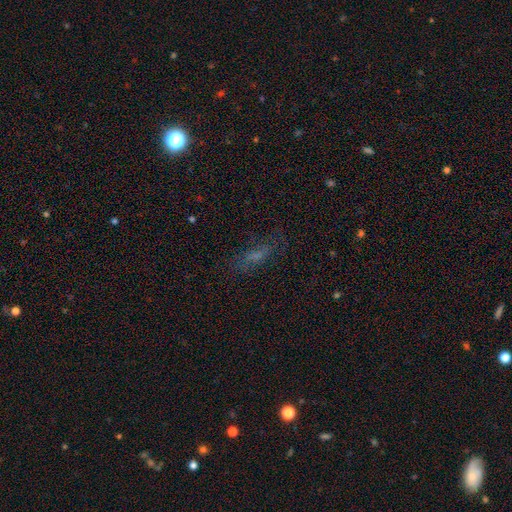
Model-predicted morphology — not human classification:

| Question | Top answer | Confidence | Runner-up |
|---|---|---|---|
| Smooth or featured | smooth | 45% | featured or disk (29%) |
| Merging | none | 66% | minor disturbance (19%) |